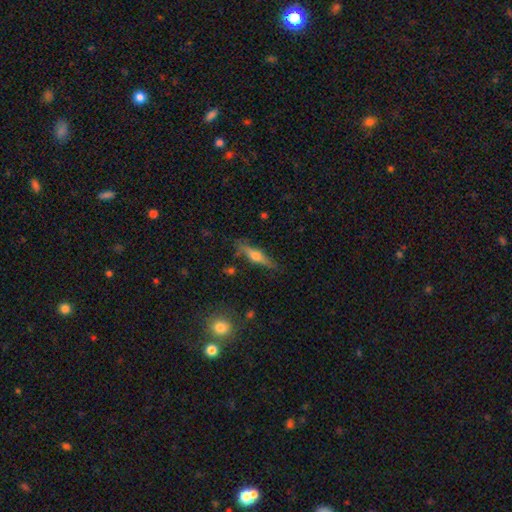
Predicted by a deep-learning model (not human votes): A featured or disk galaxy (56%) viewed edge-on (94%) with a rounded central bulge (88%). Merging: none (82%).